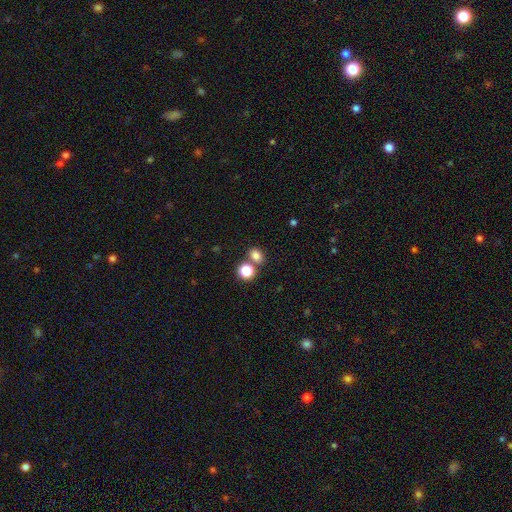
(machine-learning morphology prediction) A smooth galaxy with no disk features (79%) that is round (52%). Merging: none (63%).